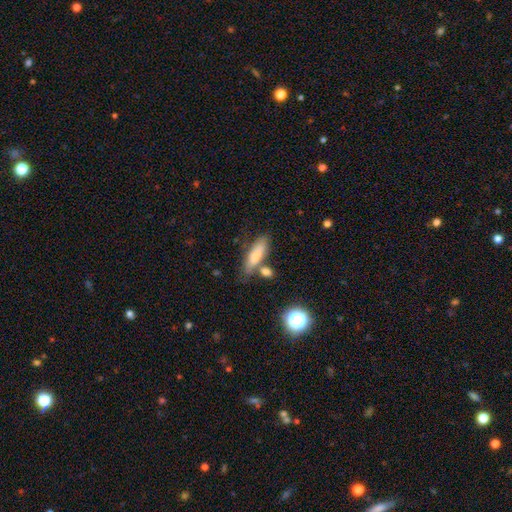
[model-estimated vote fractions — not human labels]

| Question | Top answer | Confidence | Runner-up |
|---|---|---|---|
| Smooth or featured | smooth | 77% | featured or disk (16%) |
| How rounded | in between | 50% | cigar-shaped (48%) |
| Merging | none | 58% | merger (19%) |